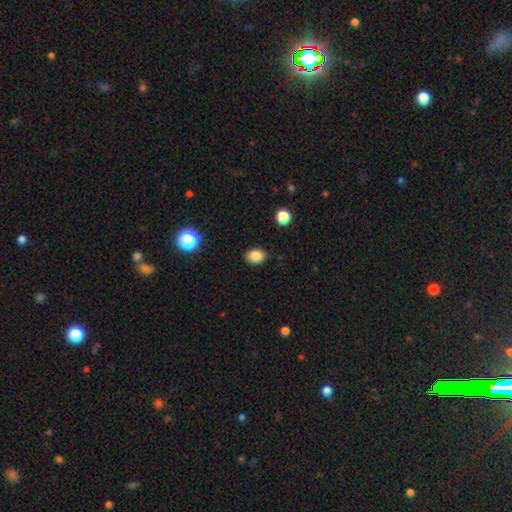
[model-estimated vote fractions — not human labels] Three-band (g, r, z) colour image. It shows a smooth galaxy with no disk features (85%) that is in between round and cigar-shaped (69%). Merging: none (88%).